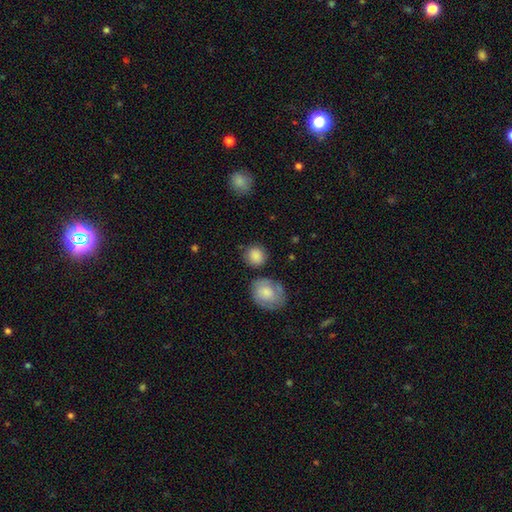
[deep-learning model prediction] Smooth or featured?
  - smooth: 87% *
  - star or artifact: 7%
  - featured or disk: 6%
How rounded?
  - round: 86% *
  - in between: 13%
  - cigar-shaped: 1%
Merging?
  - none: 78% *
  - minor disturbance: 12%
  - merger: 7%
  - major disturbance: 4%